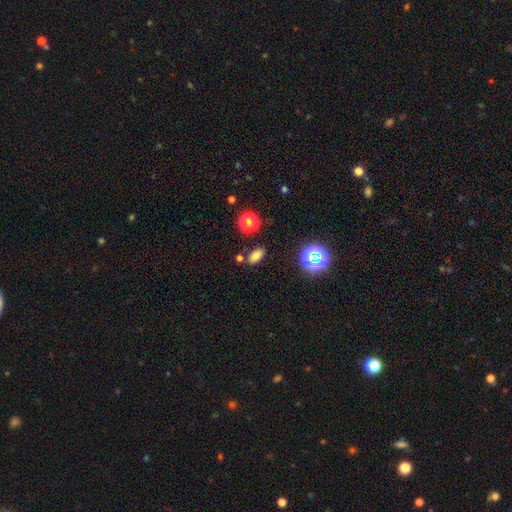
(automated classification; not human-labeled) This is likely a smooth galaxy (75%). How rounded: clearly in between (84%). Merging: clearly none (81%).